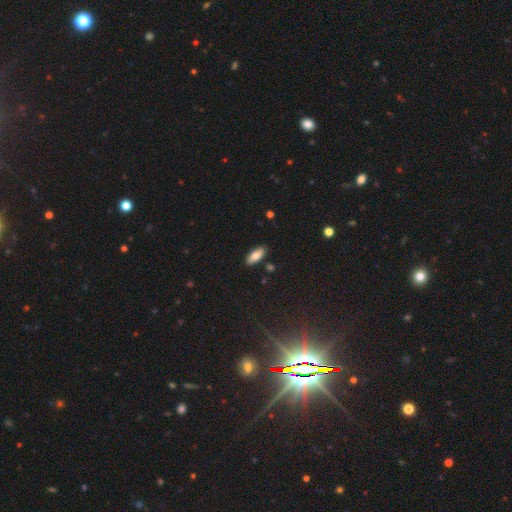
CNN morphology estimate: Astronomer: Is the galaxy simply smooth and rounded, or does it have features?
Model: smooth — 79%.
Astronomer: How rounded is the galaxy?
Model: in between — 81%.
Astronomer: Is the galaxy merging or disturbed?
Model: none — 87%.